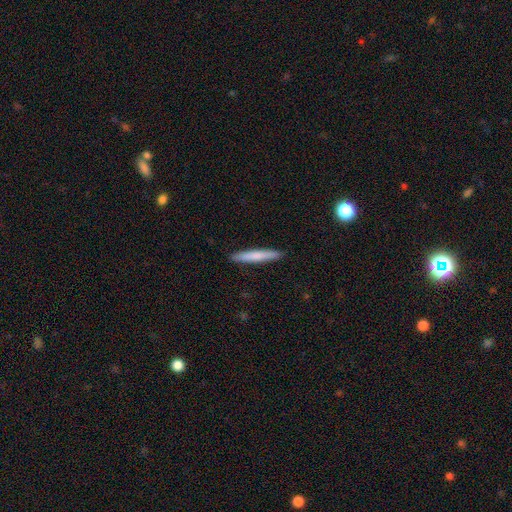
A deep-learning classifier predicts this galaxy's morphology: type=smooth (71%); roundness=cigar-shaped (95%); merging=none (92%).